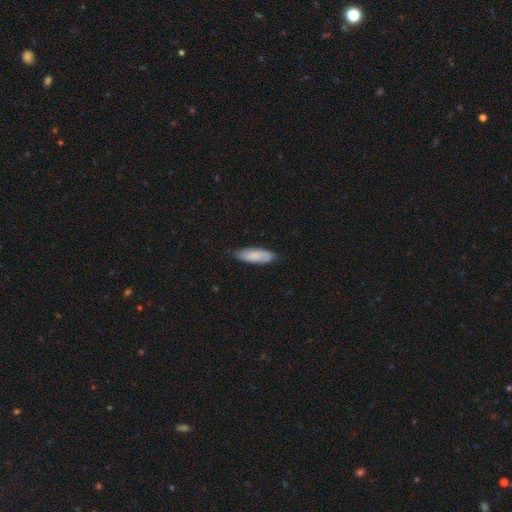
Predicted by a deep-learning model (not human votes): This appears to be a smooth galaxy with no disk features (78%) that is in between round and cigar-shaped (63%). Merging: none (75%).